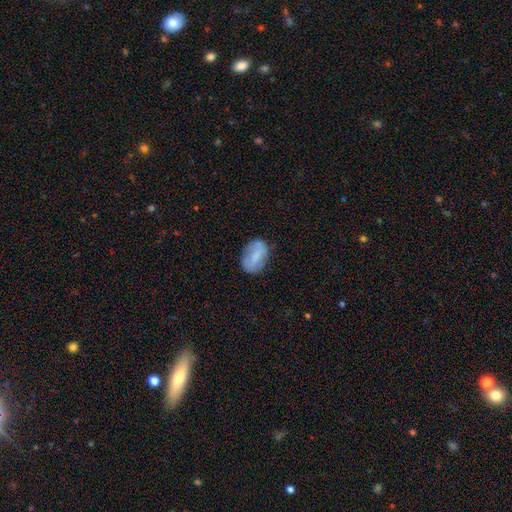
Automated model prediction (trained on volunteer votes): smooth_or_featured: smooth (p=0.65) [alt: featured or disk p=0.27]
how_rounded: in between (p=0.88) [alt: round p=0.10]
merging: none (p=0.73) [alt: minor disturbance p=0.19]